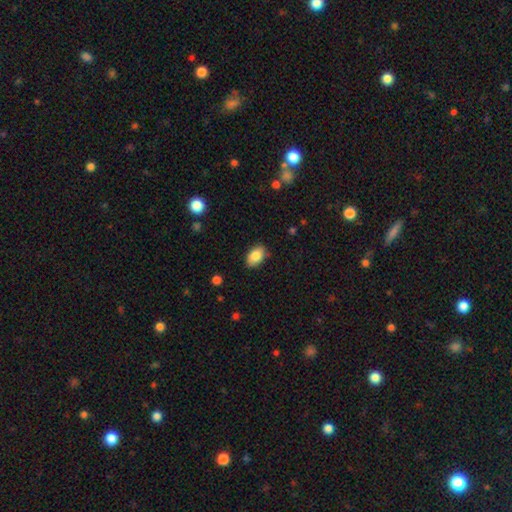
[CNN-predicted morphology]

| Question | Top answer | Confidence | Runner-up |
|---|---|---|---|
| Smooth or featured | smooth | 85% | featured or disk (7%) |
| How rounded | in between | 89% | round (9%) |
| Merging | none | 85% | minor disturbance (12%) |